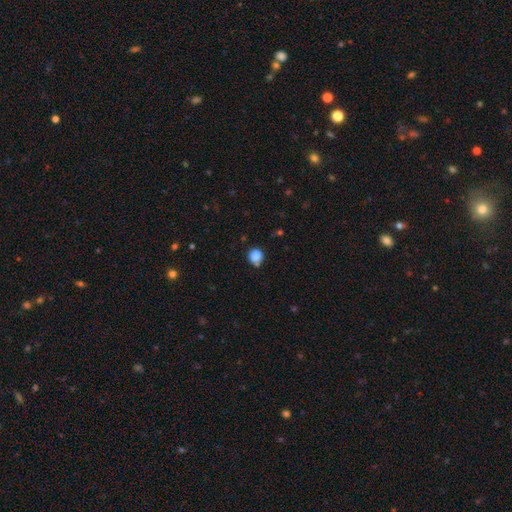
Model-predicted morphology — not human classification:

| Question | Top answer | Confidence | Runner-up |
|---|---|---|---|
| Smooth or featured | smooth | 85% | star or artifact (11%) |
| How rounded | round | 85% | in between (14%) |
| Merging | none | 70% | minor disturbance (19%) |